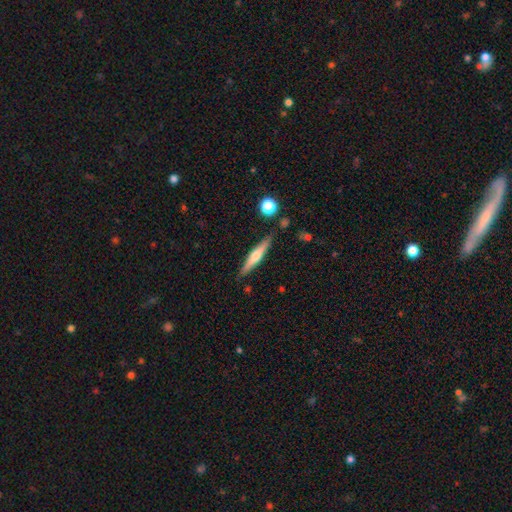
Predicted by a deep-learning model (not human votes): Smooth or featured?
  - featured or disk: 52% *
  - smooth: 42%
  - star or artifact: 6%
Edge-on disk?
  - yes: 96% *
  - no: 4%
Merging?
  - none: 85% *
  - minor disturbance: 10%
  - merger: 3%
  - major disturbance: 2%